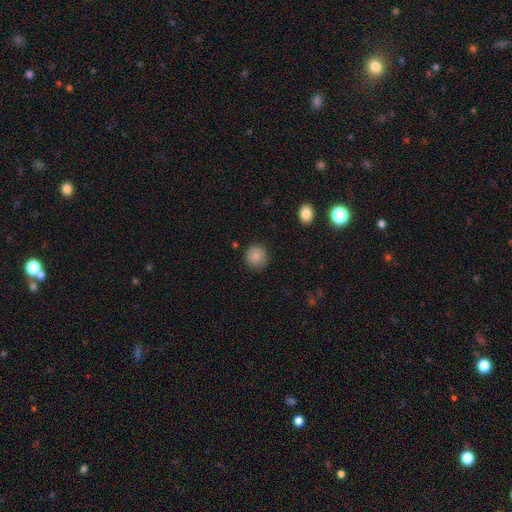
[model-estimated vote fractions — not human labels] smooth 85%, star or artifact 8%, featured or disk 7%. Down the decision tree: how rounded — round (89%); merging — none (81%).